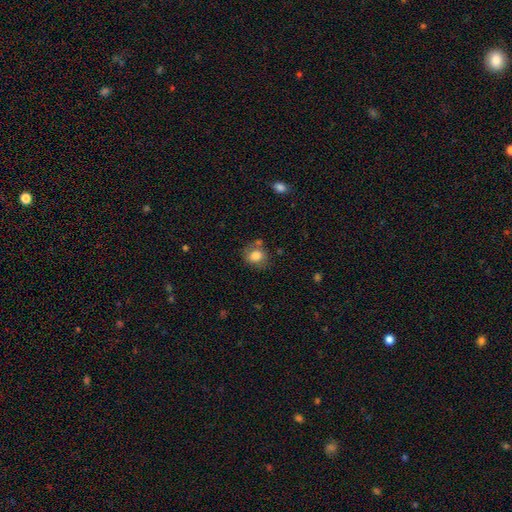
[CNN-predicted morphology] Q: Smooth or featured?
A: smooth (79%); runner-up: featured or disk (12%)
Q: How rounded?
A: round (62%); runner-up: in between (37%)
Q: Merging?
A: none (63%); runner-up: minor disturbance (20%)